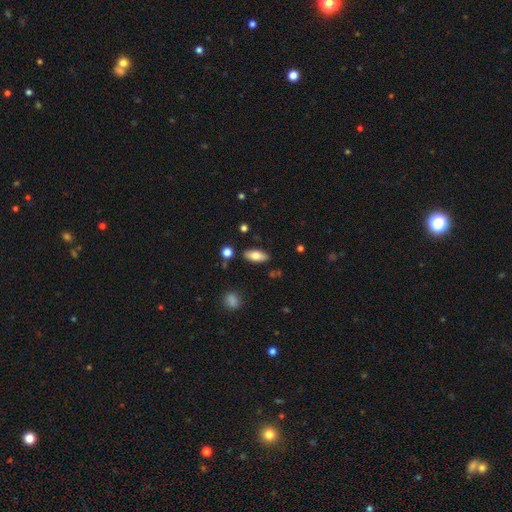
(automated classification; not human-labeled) Smooth or featured? Predicted: smooth (p=0.73). How rounded? Predicted: in between (p=0.83). Merging? Predicted: none (p=0.85).